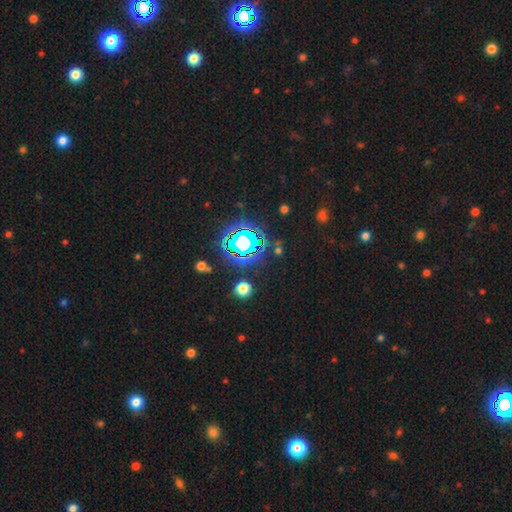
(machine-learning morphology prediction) This is clearly a star or artifact rather than a galaxy (81%).